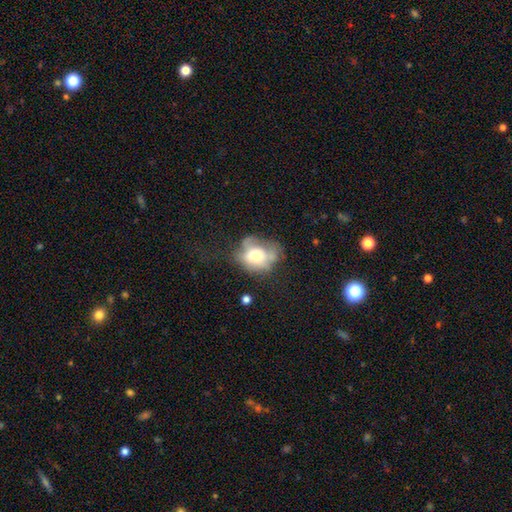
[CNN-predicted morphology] type=smooth (59%); roundness=in between (55%); merging=major disturbance (34%).